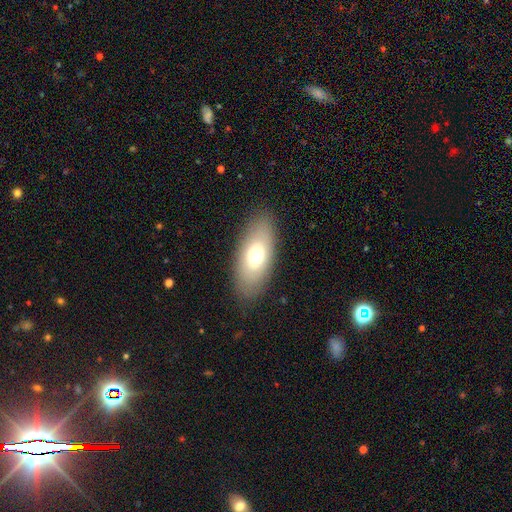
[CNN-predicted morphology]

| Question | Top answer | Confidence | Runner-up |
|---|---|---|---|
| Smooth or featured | smooth | 66% | featured or disk (25%) |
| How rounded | in between | 88% | cigar-shaped (7%) |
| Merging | none | 85% | minor disturbance (10%) |